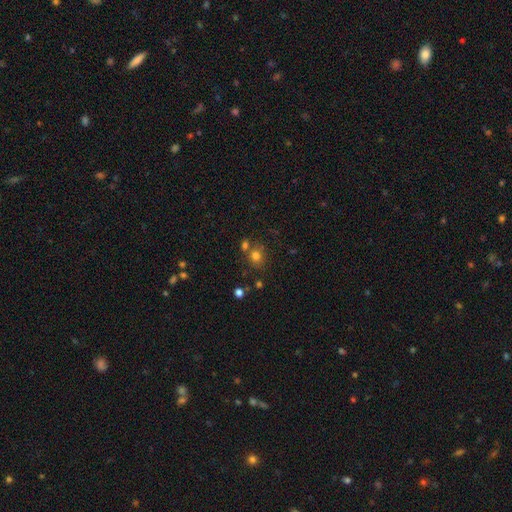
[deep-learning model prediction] smooth-or-featured: smooth: 75% | star or artifact: 17% | featured or disk: 9%
  how-rounded: round: 76% | in between: 23% | cigar-shaped: 1%
  merging: none: 65% | merger: 21% | minor disturbance: 11% | major disturbance: 4%